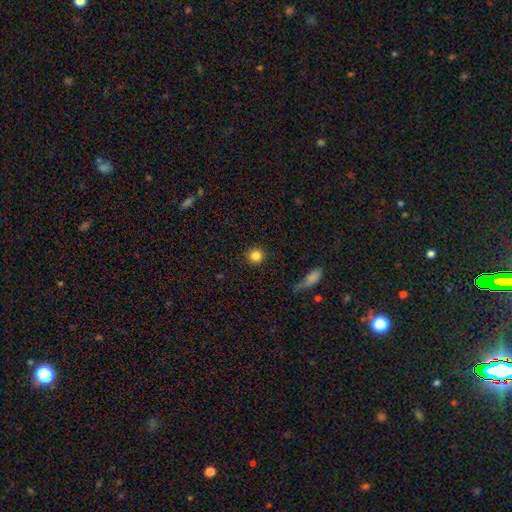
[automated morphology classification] Smooth or featured? Predicted: smooth (p=0.84). How rounded? Predicted: round (p=0.91). Merging? Predicted: none (p=0.90).